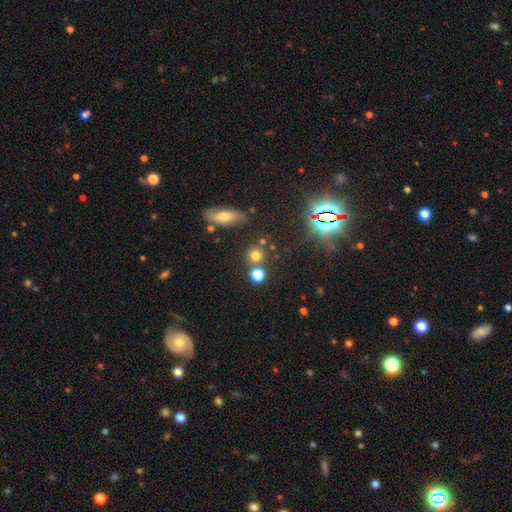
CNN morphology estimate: type=smooth (70%); roundness=round (88%); merging=none (74%).